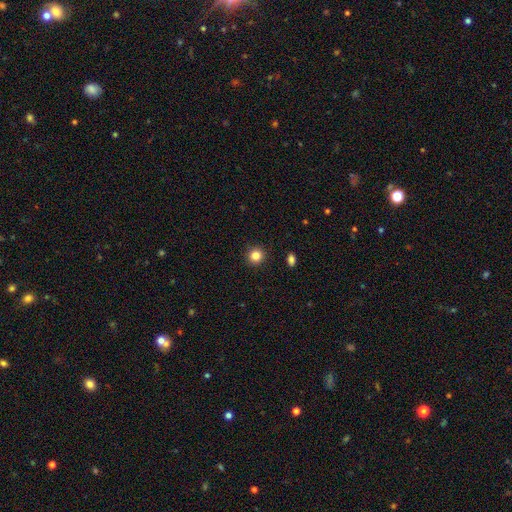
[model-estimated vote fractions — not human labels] Morphology: type=smooth (83%); roundness=round (93%); merging=none (92%).